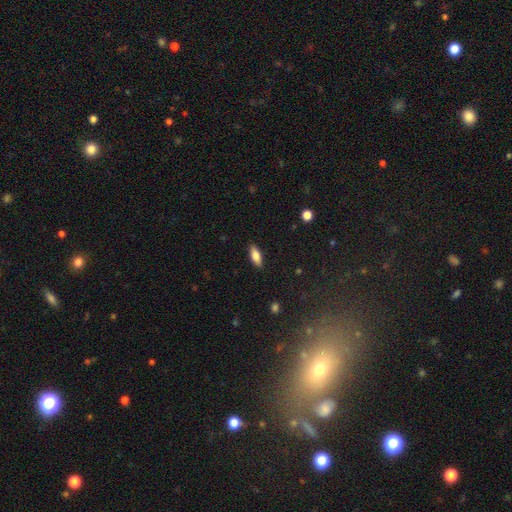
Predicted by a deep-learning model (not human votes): This appears to be a smooth galaxy with no disk features (80%) that is in between round and cigar-shaped (74%). Merging: none (88%).